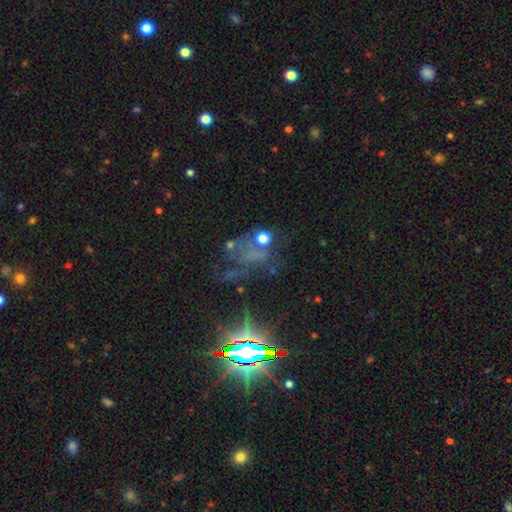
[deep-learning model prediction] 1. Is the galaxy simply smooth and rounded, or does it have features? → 47% star or artifact, 31% featured or disk, 22% smooth.